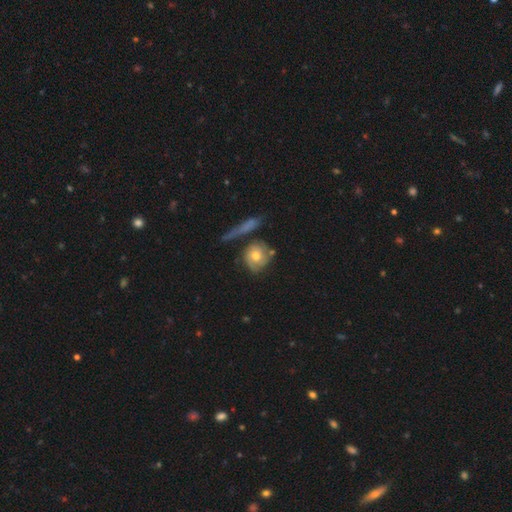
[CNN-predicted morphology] Q: Smooth or featured?
A: featured or disk (48%); runner-up: smooth (45%)
Q: Merging?
A: none (50%); runner-up: minor disturbance (22%)